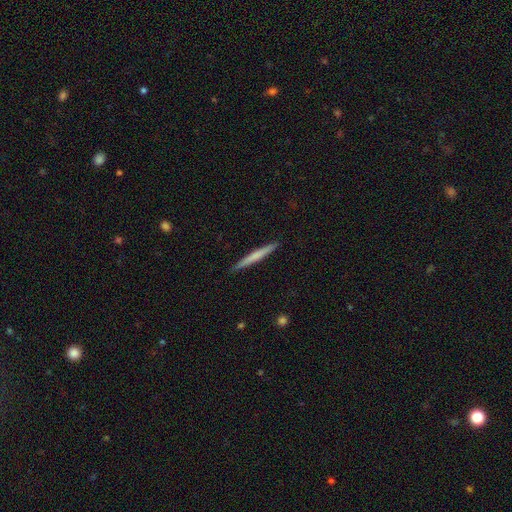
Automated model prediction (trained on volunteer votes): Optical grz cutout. It shows a smooth galaxy with no disk features (59%) that is cigar-shaped (97%). Merging: none (91%).